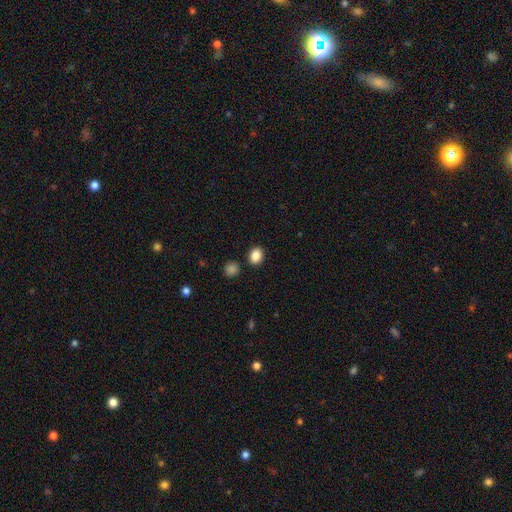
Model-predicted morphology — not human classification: type=smooth (87%); roundness=in between (57%); merging=none (85%).